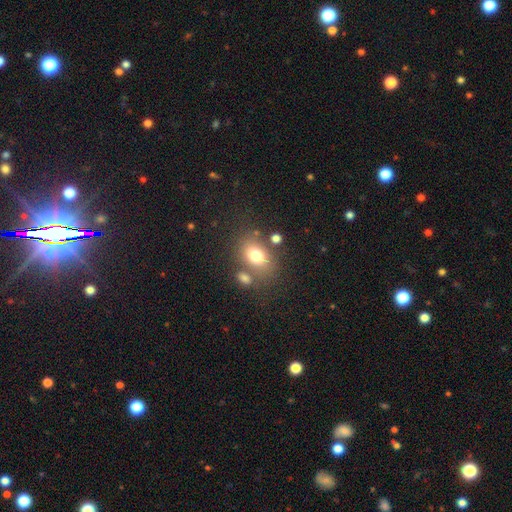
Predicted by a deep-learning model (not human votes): This is likely a smooth galaxy (75%). How rounded: likely in between (71%). Merging: likely none (63%).